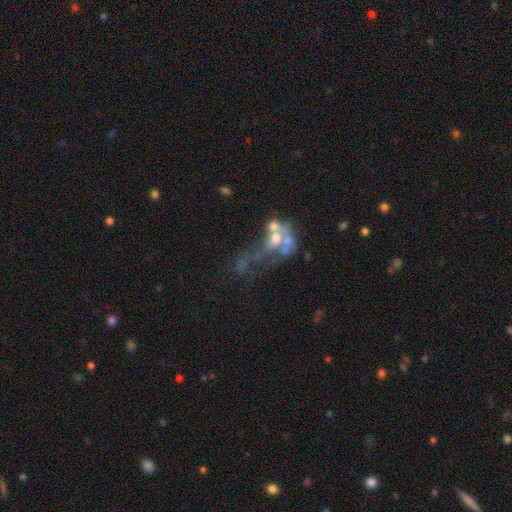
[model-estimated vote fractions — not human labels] A featured or disk galaxy (47%).

Vote fractions:
- Smooth or featured? featured or disk: 47% / star or artifact: 27% / smooth: 26%
- Merging? merger: 52% / major disturbance: 22% / none: 17% / minor disturbance: 8%